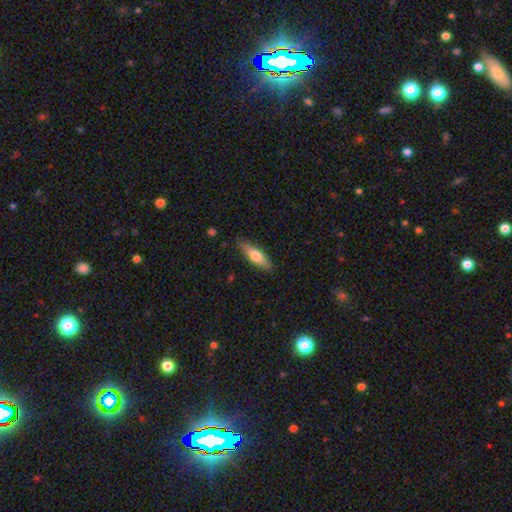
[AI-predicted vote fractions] Smooth or featured? Predicted: smooth (p=0.64). How rounded? Predicted: cigar-shaped (p=0.57). Merging? Predicted: none (p=0.84).